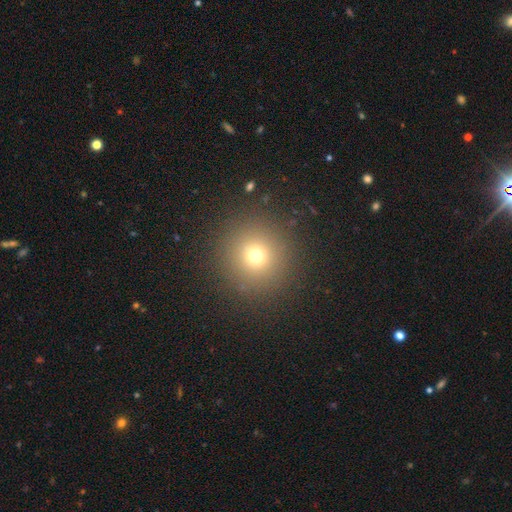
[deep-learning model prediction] smooth 70%, star or artifact 20%, featured or disk 10%. Down the decision tree: how rounded — round (94%); merging — none (90%).